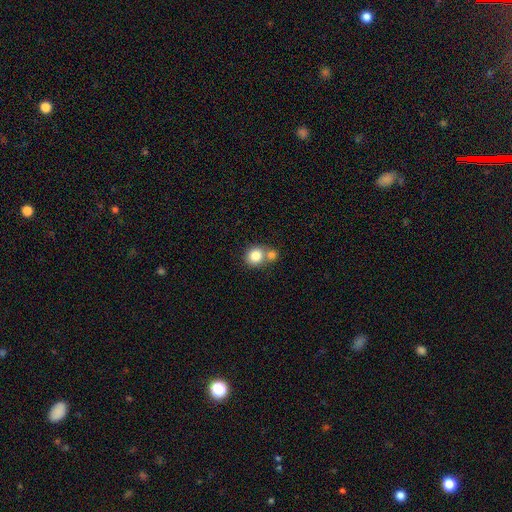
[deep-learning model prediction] Q: Smooth or featured?
A: smooth (83%); runner-up: star or artifact (9%)
Q: How rounded?
A: round (84%); runner-up: in between (15%)
Q: Merging?
A: none (46%); runner-up: merger (43%)